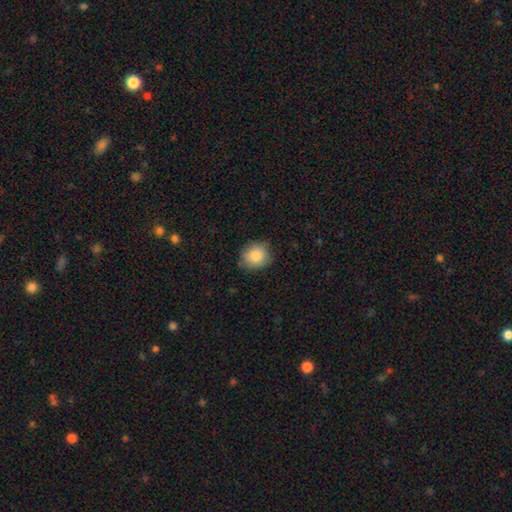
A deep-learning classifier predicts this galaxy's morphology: This is clearly a smooth galaxy (84%). How rounded: likely round (71%). Merging: likely none (78%).